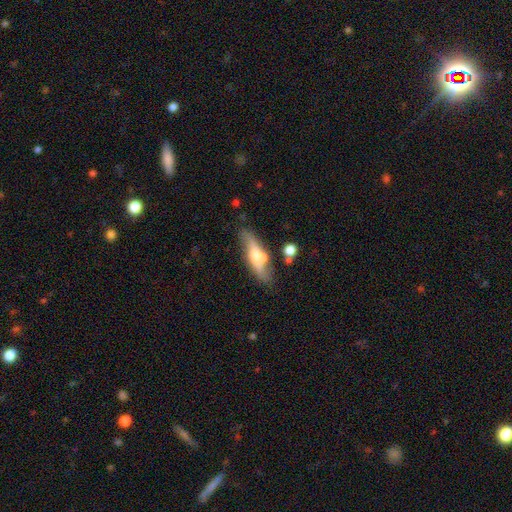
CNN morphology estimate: Smooth or featured: featured or disk — 52% (smooth — 41%)
Edge-on disk: yes — 55% (no — 45%)
Merging: none — 63% (minor disturbance — 18%)